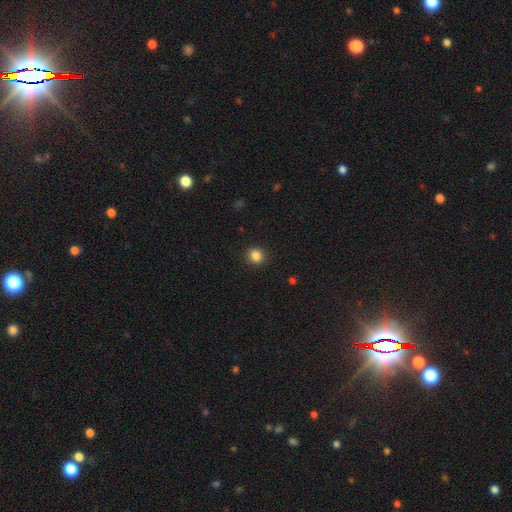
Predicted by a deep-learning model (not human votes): smooth 86%, star or artifact 11%, featured or disk 4%. Down the decision tree: how rounded — round (84%); merging — none (91%).